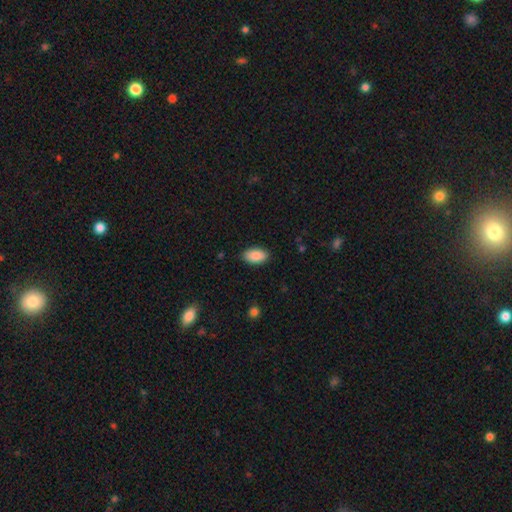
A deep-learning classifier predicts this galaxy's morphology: smooth-or-featured: smooth: 90% | star or artifact: 6% | featured or disk: 4%
  how-rounded: in between: 94% | round: 3% | cigar-shaped: 3%
  merging: none: 88% | minor disturbance: 9% | major disturbance: 2% | merger: 1%